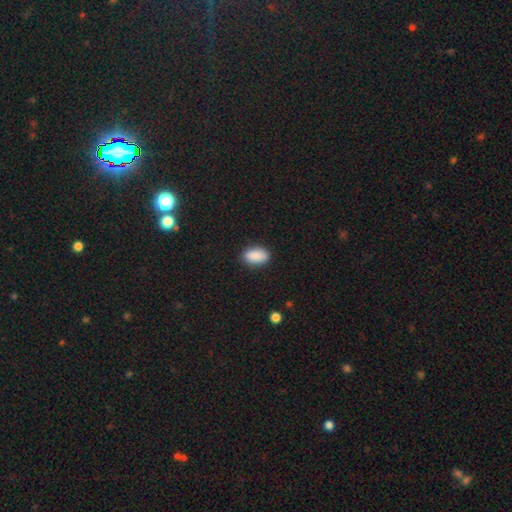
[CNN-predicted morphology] A smooth galaxy with no disk features (89%) that is in between round and cigar-shaped (91%). Merging: none (87%).